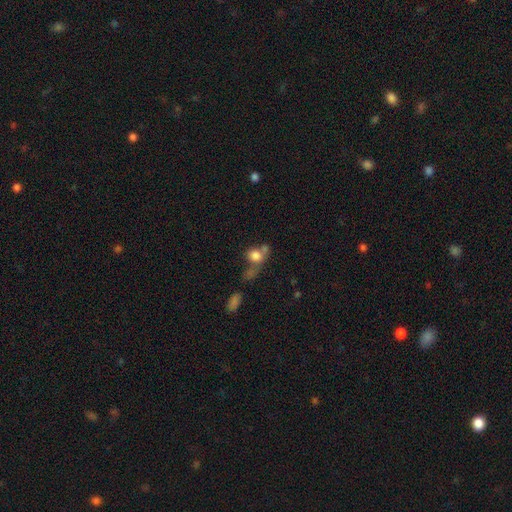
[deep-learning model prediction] Morphology: type=smooth (76%); roundness=round (62%); merging=merger (40%).